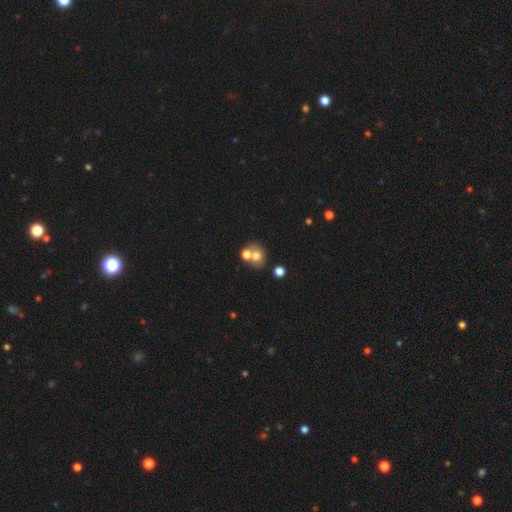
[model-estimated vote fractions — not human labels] A smooth galaxy with no disk features (68%) that is round (67%). Merging: merger (47%).